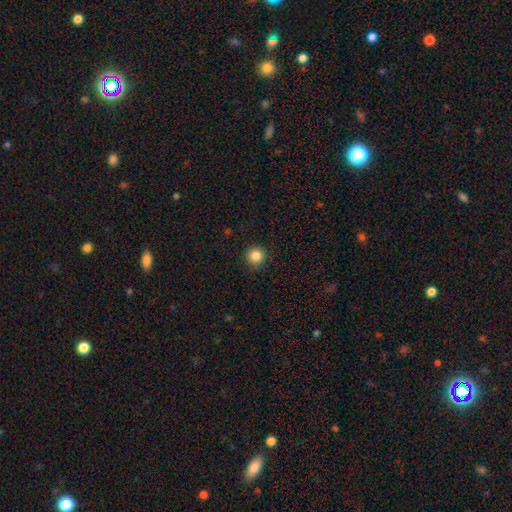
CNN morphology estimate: Q: Smooth or featured?
A: smooth (85%); runner-up: star or artifact (11%)
Q: How rounded?
A: round (95%); runner-up: in between (5%)
Q: Merging?
A: none (92%); runner-up: minor disturbance (6%)